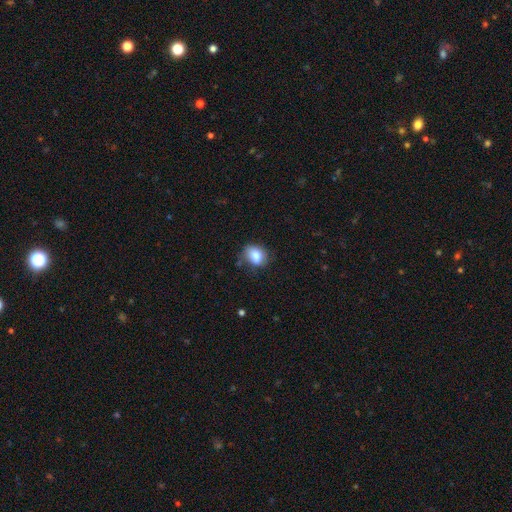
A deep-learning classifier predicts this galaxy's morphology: The model was most divided on "how rounded": in between: 58%, round: 41%, cigar-shaped: 1%. More confident: smooth or featured — smooth (82%); merging — none (69%).